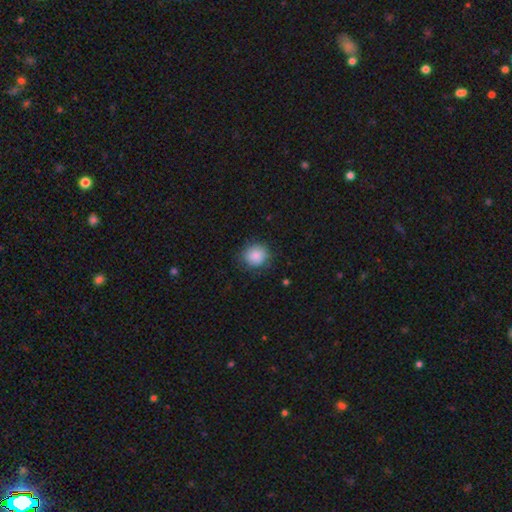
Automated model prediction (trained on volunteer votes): Smooth or featured: smooth — 87% (star or artifact — 8%)
How rounded: round — 87% (in between — 12%)
Merging: none — 83% (minor disturbance — 13%)